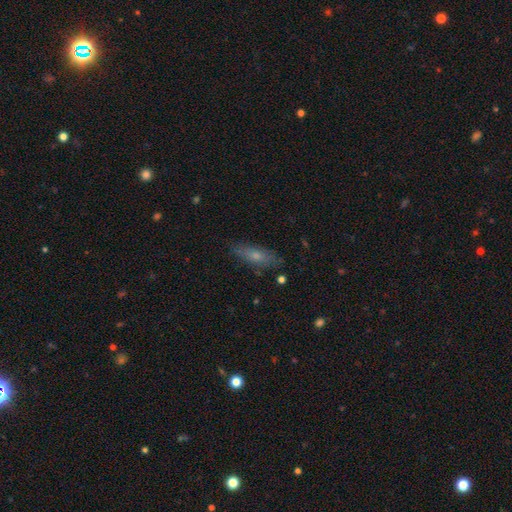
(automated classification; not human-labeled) This appears to be a smooth galaxy with no disk features (60%) that is cigar-shaped (52%). Merging: none (81%).